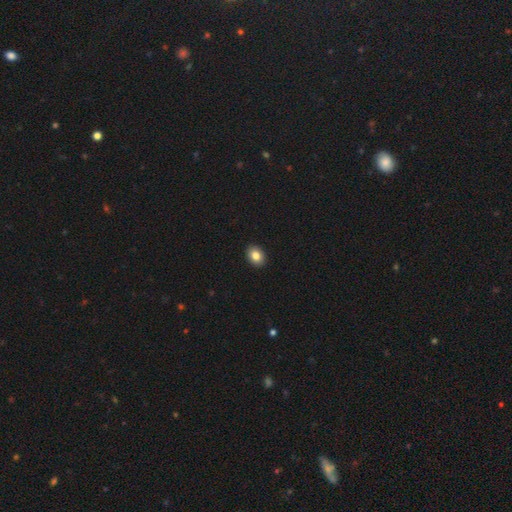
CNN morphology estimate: This appears to be a smooth galaxy with no disk features (83%) that is in between round and cigar-shaped (62%). Merging: none (92%).